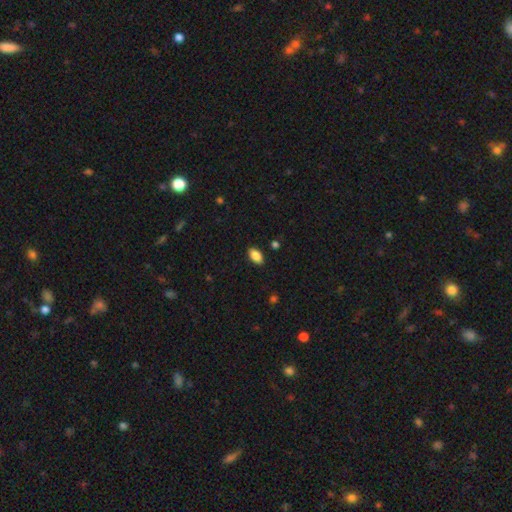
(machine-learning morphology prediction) Smooth or featured: smooth — 86% (star or artifact — 8%)
How rounded: in between — 93% (round — 5%)
Merging: none — 88% (minor disturbance — 9%)